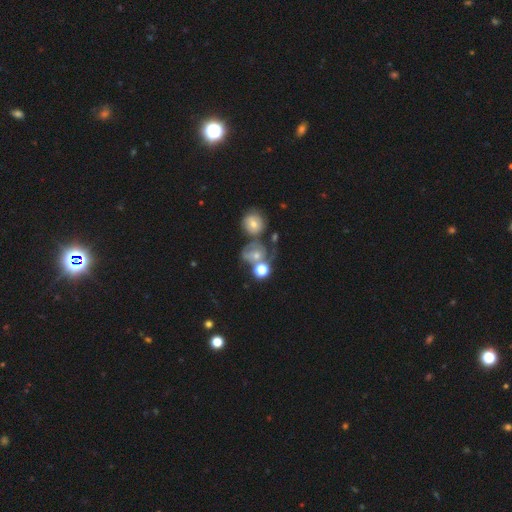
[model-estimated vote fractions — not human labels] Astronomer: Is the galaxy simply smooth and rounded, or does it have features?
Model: smooth — 48% (runner-up: featured or disk, 36%).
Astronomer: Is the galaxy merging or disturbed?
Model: merger — 37% (runner-up: none, 31%).